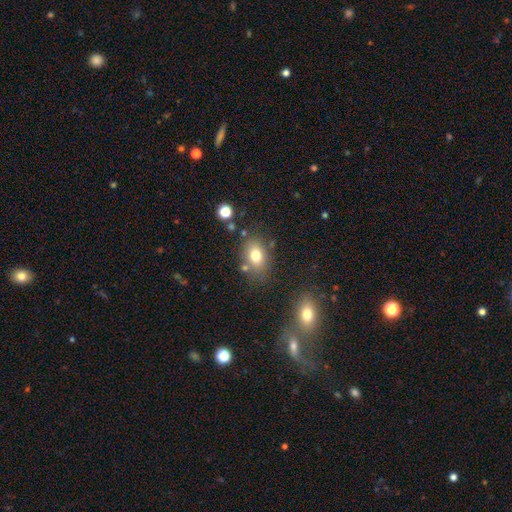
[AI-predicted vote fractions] smooth_or_featured: smooth (p=0.77) [alt: featured or disk p=0.12]
how_rounded: in between (p=0.72) [alt: round p=0.27]
merging: none (p=0.72) [alt: minor disturbance p=0.15]